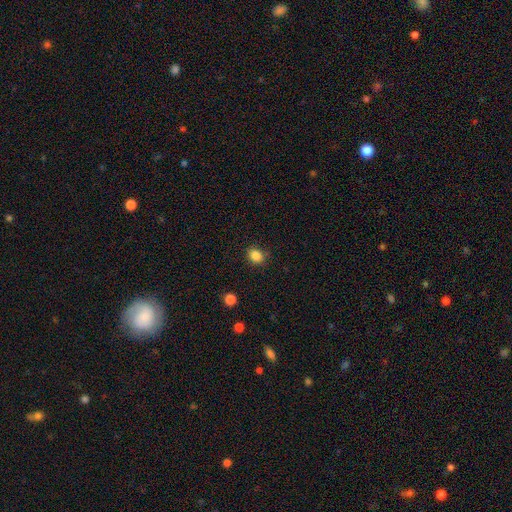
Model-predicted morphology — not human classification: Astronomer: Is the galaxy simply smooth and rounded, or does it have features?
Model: smooth — 85%.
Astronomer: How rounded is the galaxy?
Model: round — 63%.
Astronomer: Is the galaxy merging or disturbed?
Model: none — 83%.